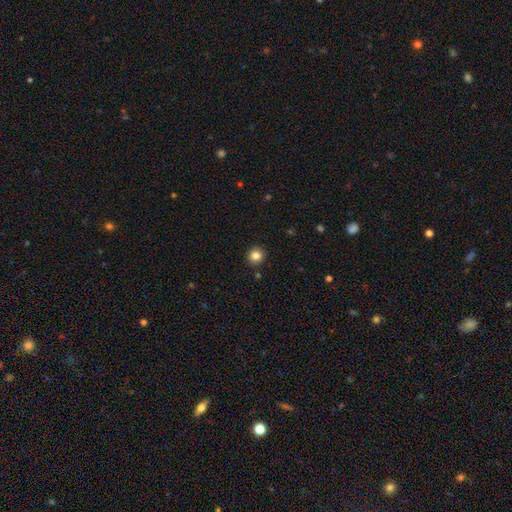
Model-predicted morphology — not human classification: type=smooth (83%); roundness=round (91%); merging=none (91%).